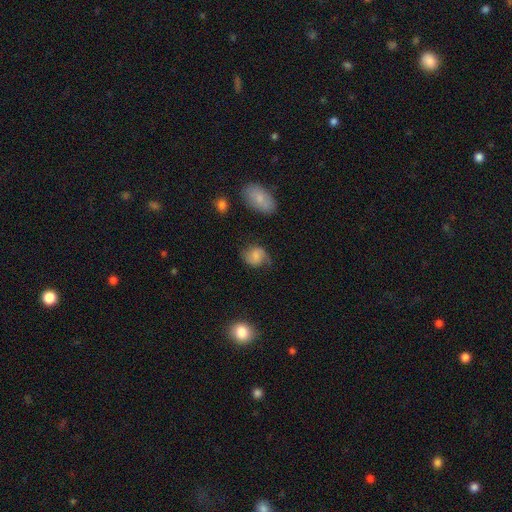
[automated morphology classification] Smooth or featured? Predicted: smooth (p=0.51). How rounded? Predicted: round (p=0.60). Merging? Predicted: none (p=0.59).